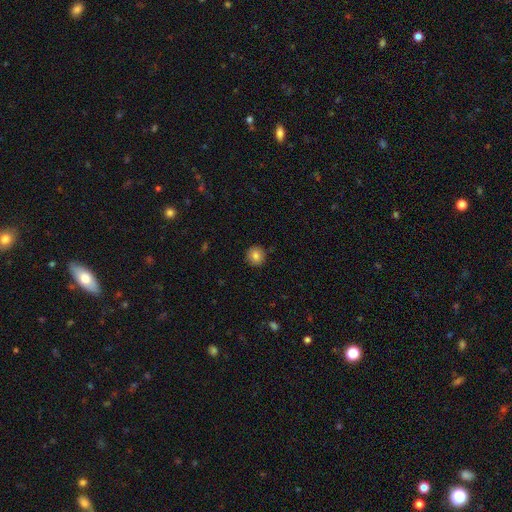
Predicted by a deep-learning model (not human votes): Smooth or featured?
  - smooth: 81% *
  - star or artifact: 10%
  - featured or disk: 9%
How rounded?
  - round: 94% *
  - in between: 5%
  - cigar-shaped: 1%
Merging?
  - none: 90% *
  - minor disturbance: 7%
  - major disturbance: 2%
  - merger: 1%